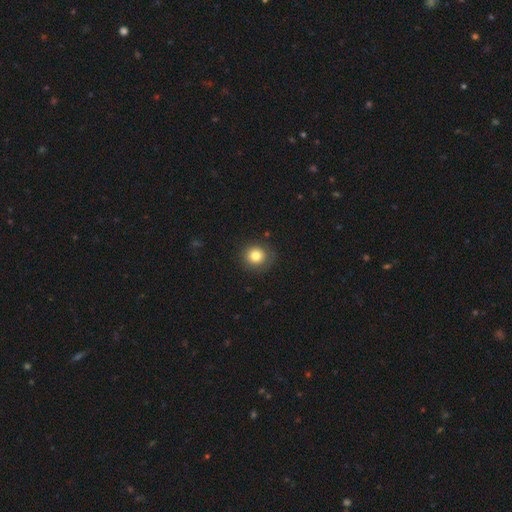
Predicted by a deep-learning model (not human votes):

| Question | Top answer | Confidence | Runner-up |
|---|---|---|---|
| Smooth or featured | smooth | 81% | star or artifact (11%) |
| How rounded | round | 90% | in between (9%) |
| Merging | none | 85% | minor disturbance (10%) |